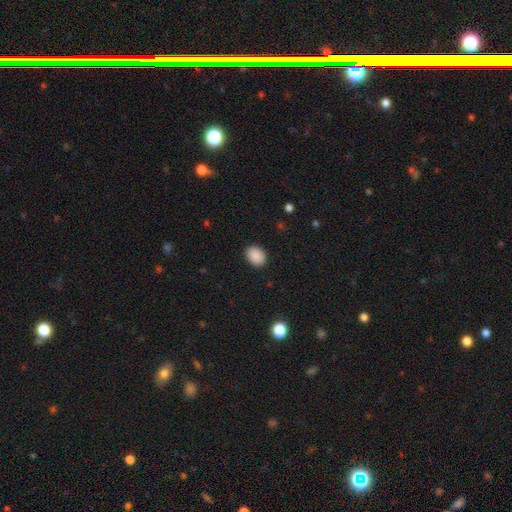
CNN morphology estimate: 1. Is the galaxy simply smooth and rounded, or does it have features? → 90% smooth, 8% star or artifact, 3% featured or disk.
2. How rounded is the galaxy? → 65% in between, 34% round, 1% cigar-shaped.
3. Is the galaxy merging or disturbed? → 89% none, 7% minor disturbance, 2% major disturbance, 1% merger.